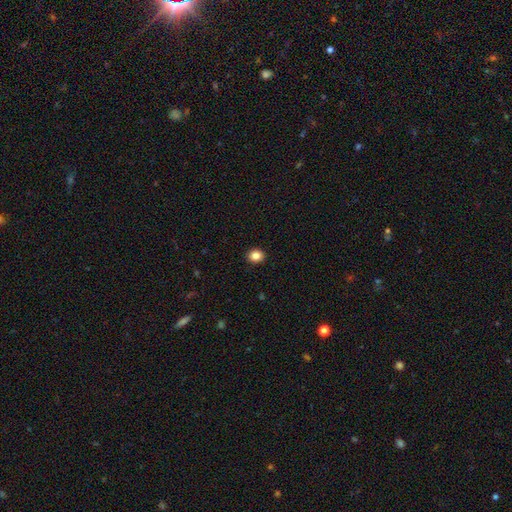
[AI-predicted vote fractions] A smooth galaxy with no disk features (85%) that is round (66%). Merging: none (92%).